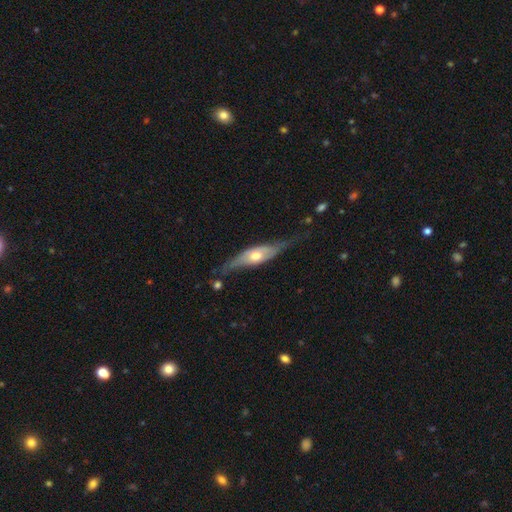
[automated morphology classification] smooth_or_featured: featured or disk (p=0.64) [alt: smooth p=0.30]
disk_edge_on: yes (p=0.58) [alt: no p=0.42]
merging: none (p=0.54) [alt: minor disturbance p=0.28]